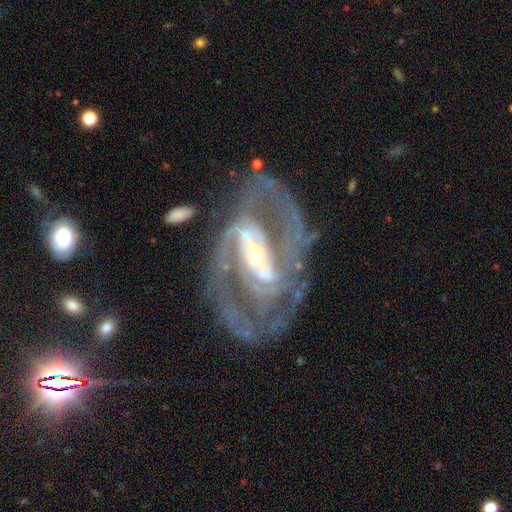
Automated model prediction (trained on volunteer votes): Smooth or featured? Predicted: featured or disk (p=0.89). Edge-on disk? Predicted: no (p=0.96). Bar? Predicted: strong (p=0.46). Spiral arms? Predicted: yes (p=0.94). Spiral winding? Predicted: medium (p=0.45). Spiral arm count? Predicted: 2 (p=0.62). Bulge size? Predicted: small (p=0.59). Merging? Predicted: none (p=0.62).